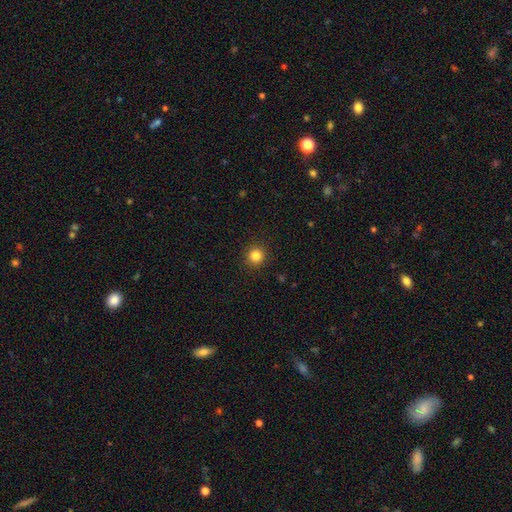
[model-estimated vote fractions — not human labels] Morphology: type=smooth (83%); roundness=round (94%); merging=none (92%).